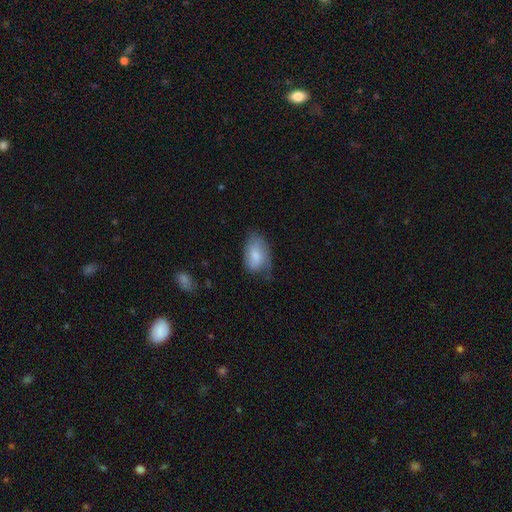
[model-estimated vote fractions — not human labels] smooth_or_featured: smooth (p=0.72) [alt: featured or disk p=0.21]
how_rounded: in between (p=0.89) [alt: round p=0.09]
merging: none (p=0.52) [alt: minor disturbance p=0.34]